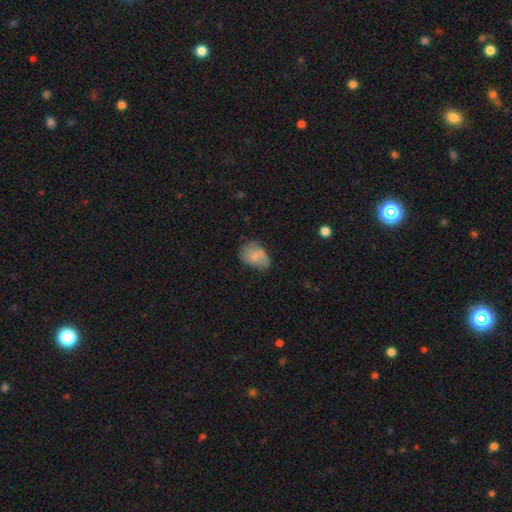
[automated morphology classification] Smooth or featured? Predicted: smooth (p=0.61). How rounded? Predicted: in between (p=0.77). Merging? Predicted: none (p=0.48).